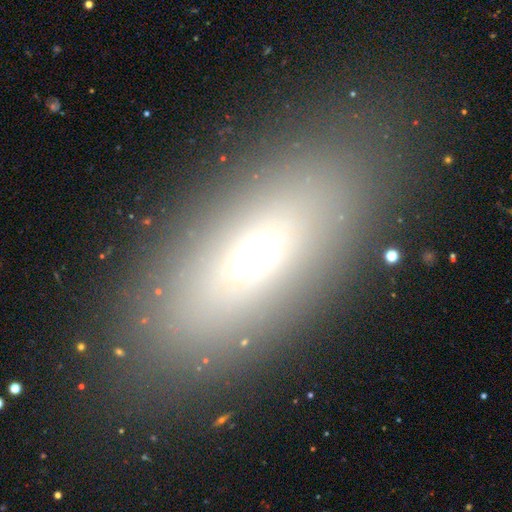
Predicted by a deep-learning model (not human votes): The model was most divided on "smooth or featured": smooth: 63%, featured or disk: 22%, star or artifact: 15%. More confident: merging — none (84%); how rounded — in between (79%).